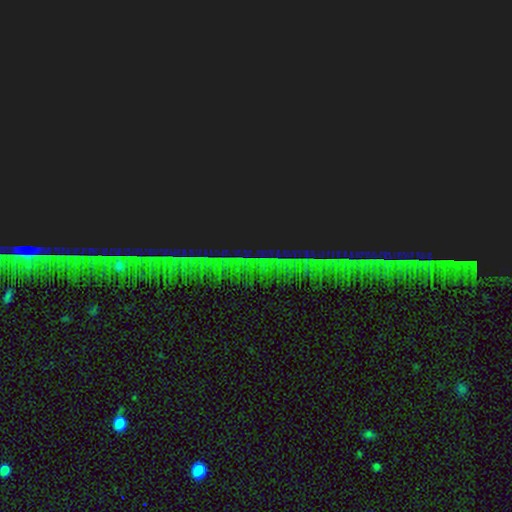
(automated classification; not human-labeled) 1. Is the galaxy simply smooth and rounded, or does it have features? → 88% star or artifact, 6% smooth, 6% featured or disk.